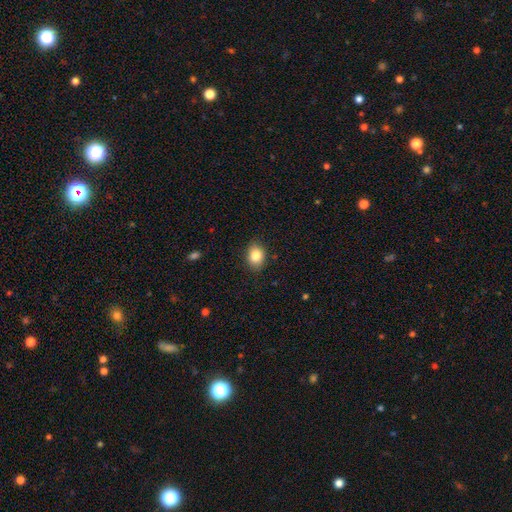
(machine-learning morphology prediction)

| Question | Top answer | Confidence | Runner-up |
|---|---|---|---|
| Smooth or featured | smooth | 84% | star or artifact (9%) |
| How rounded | in between | 60% | round (39%) |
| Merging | none | 86% | minor disturbance (11%) |